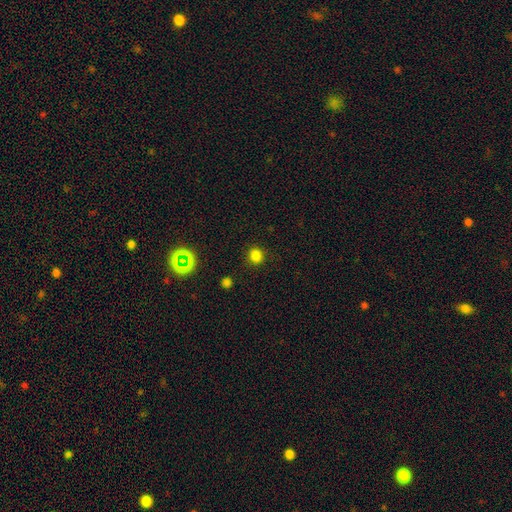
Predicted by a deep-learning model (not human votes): A smooth galaxy with no disk features (80%) that is round (85%). Merging: none (88%).